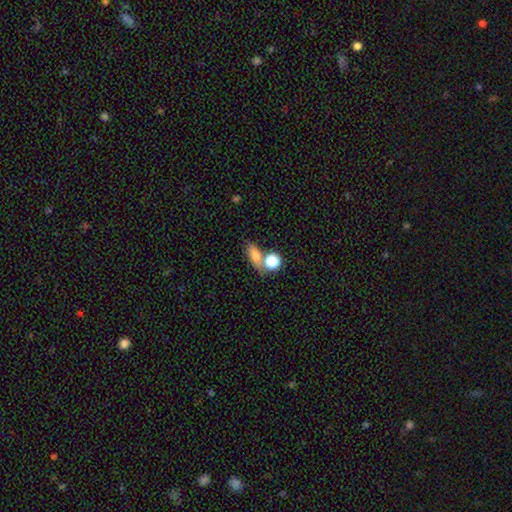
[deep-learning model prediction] Overall: smooth (72%). How rounded: in between (61%; round 23%). Merging: none (51%; merger 31%).